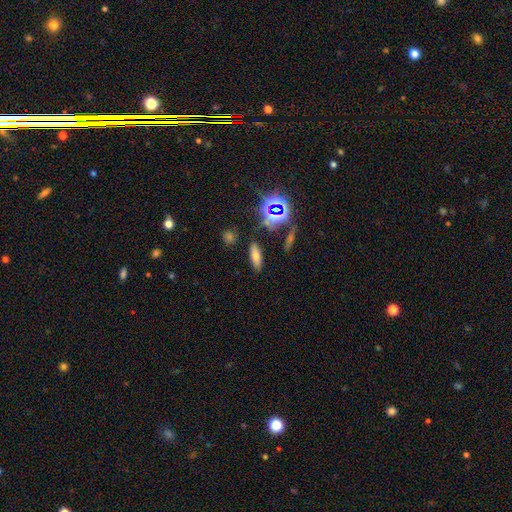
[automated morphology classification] This is likely a smooth galaxy (66%). How rounded: likely in between (62%). Merging: clearly none (85%).